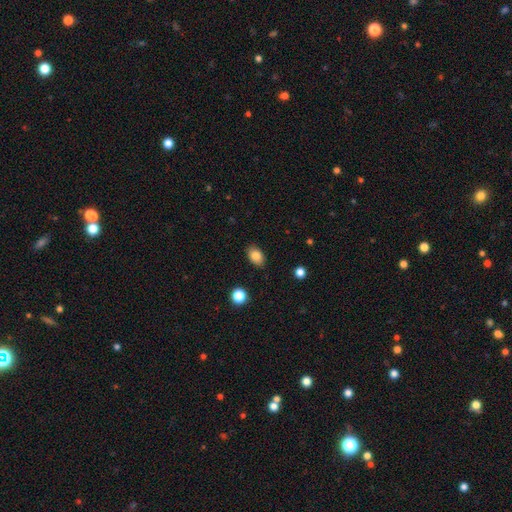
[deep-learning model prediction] Smooth or featured? Predicted: smooth (p=0.84). How rounded? Predicted: in between (p=0.85). Merging? Predicted: none (p=0.86).